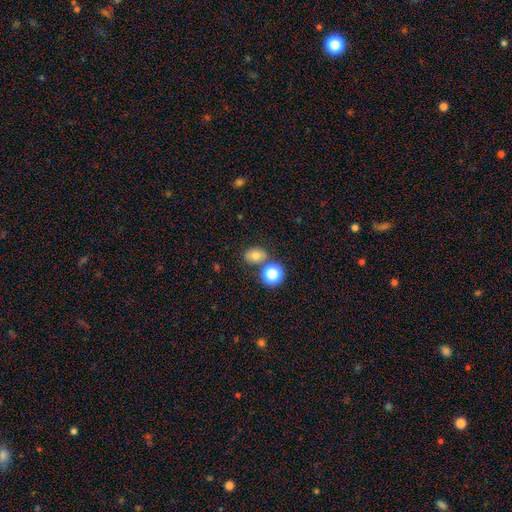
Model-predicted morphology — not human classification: Overall: smooth (72%). How rounded: in between (61%; round 38%). Merging: none (69%).